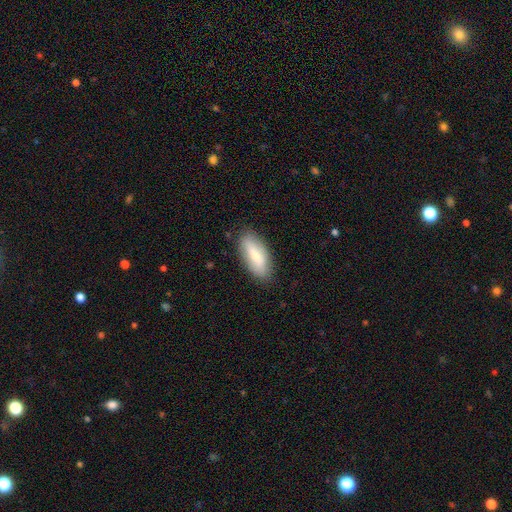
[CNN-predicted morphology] The model was most divided on "smooth or featured": smooth: 66%, featured or disk: 28%, star or artifact: 6%. More confident: merging — none (84%); how rounded — in between (79%).